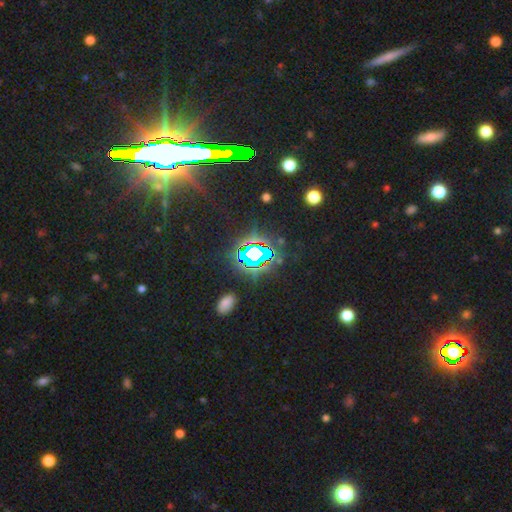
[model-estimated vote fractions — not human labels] Smooth or featured?
  - star or artifact: 74% *
  - smooth: 14%
  - featured or disk: 12%